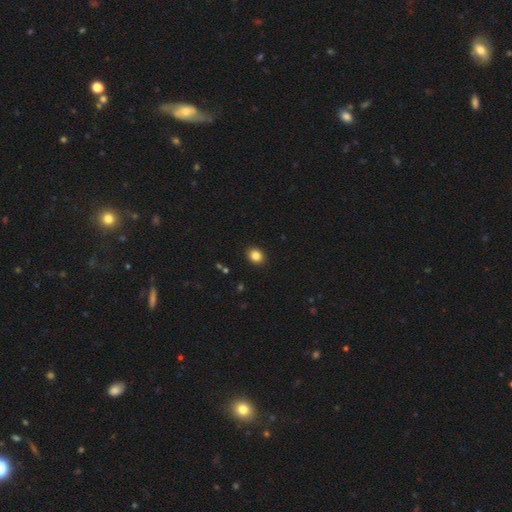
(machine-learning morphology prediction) Smooth or featured?
  - smooth: 85% *
  - star or artifact: 10%
  - featured or disk: 5%
How rounded?
  - round: 55% *
  - in between: 45%
  - cigar-shaped: 1%
Merging?
  - none: 91% *
  - minor disturbance: 6%
  - major disturbance: 2%
  - merger: 1%